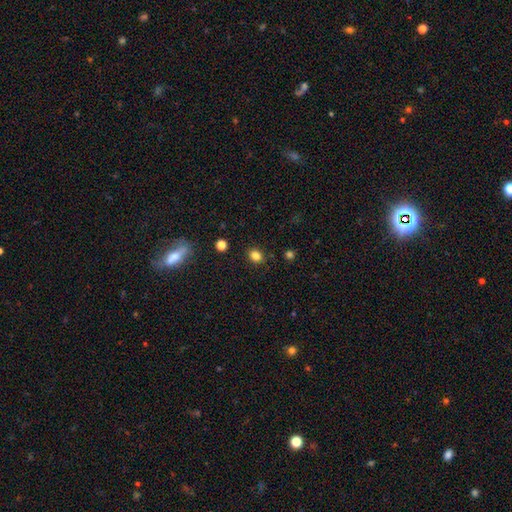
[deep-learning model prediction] Overall: smooth (83%). How rounded: round (56%; in between 43%). Merging: none (88%).